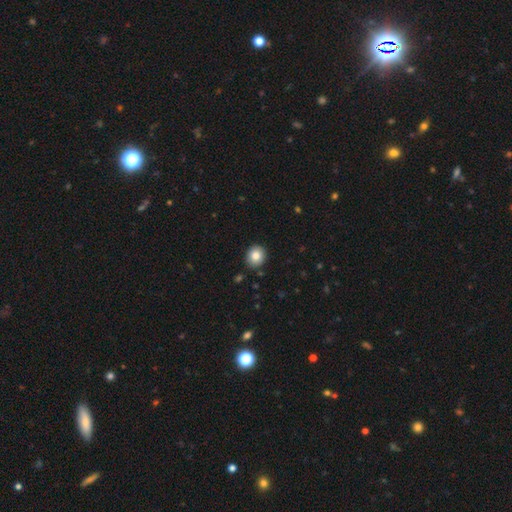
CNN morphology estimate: A smooth galaxy with no disk features (84%) that is round (80%).

Vote fractions:
- Smooth or featured? smooth: 84% / star or artifact: 9% / featured or disk: 7%
- How rounded? round: 80% / in between: 19% / cigar-shaped: 1%
- Merging? none: 89% / minor disturbance: 8% / major disturbance: 2% / merger: 1%